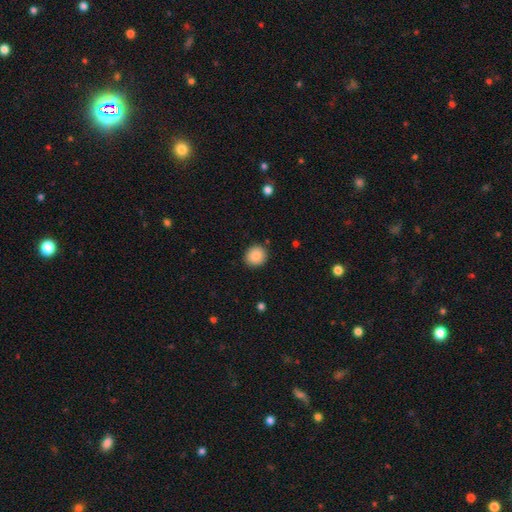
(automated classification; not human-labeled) Q: Smooth or featured?
A: smooth (88%); runner-up: star or artifact (8%)
Q: How rounded?
A: round (87%); runner-up: in between (12%)
Q: Merging?
A: none (89%); runner-up: minor disturbance (8%)